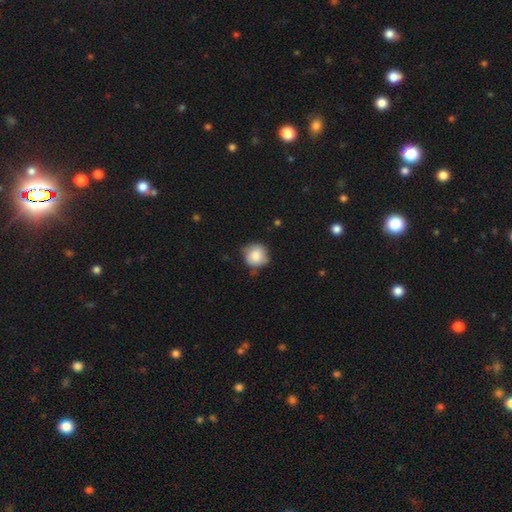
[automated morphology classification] Smooth or featured? Predicted: smooth (p=0.83). How rounded? Predicted: round (p=0.91). Merging? Predicted: none (p=0.69).